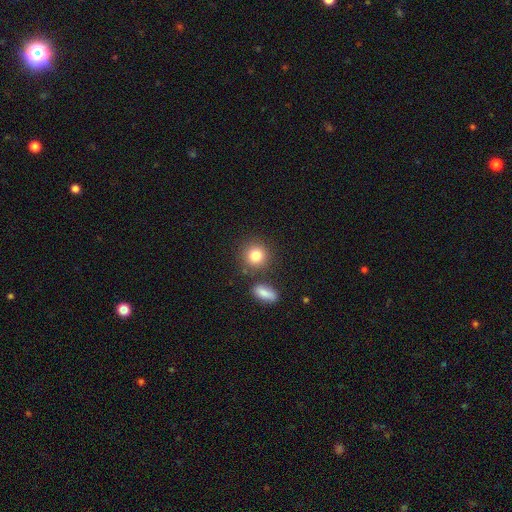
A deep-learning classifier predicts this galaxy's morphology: This is clearly a smooth galaxy (83%). How rounded: clearly round (87%). Merging: likely none (77%).